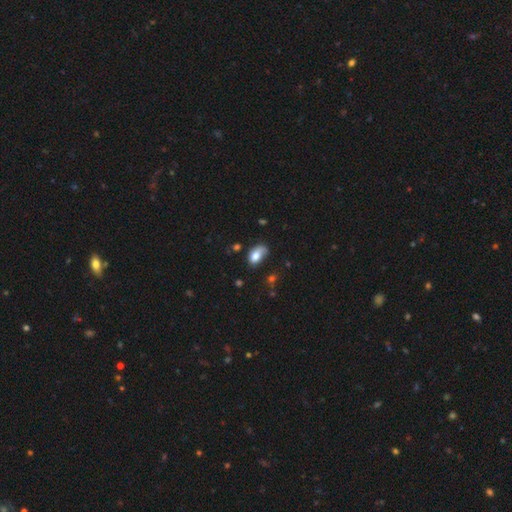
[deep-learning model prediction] Smooth or featured? smooth (75%)
How rounded? in between (90%)
Merging? none (42%)